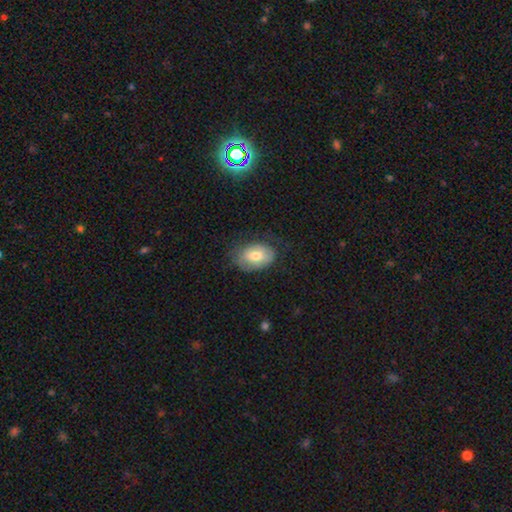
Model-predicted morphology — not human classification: Smooth or featured: smooth — 65% (featured or disk — 28%)
How rounded: in between — 83% (round — 16%)
Merging: none — 66% (minor disturbance — 24%)